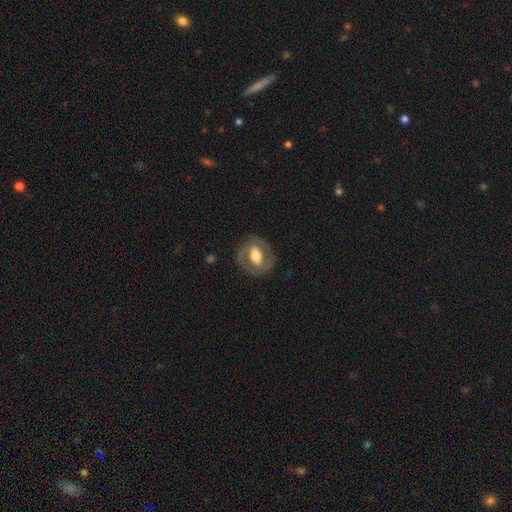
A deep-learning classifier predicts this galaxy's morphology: Q: Smooth or featured?
A: featured or disk (61%); runner-up: smooth (33%)
Q: Edge-on disk?
A: no (95%); runner-up: yes (5%)
Q: Bar?
A: no (36%); runner-up: weak (34%)
Q: Spiral arms?
A: no (52%); runner-up: yes (48%)
Q: Bulge size?
A: moderate (53%); runner-up: large (34%)
Q: Merging?
A: none (78%); runner-up: minor disturbance (13%)